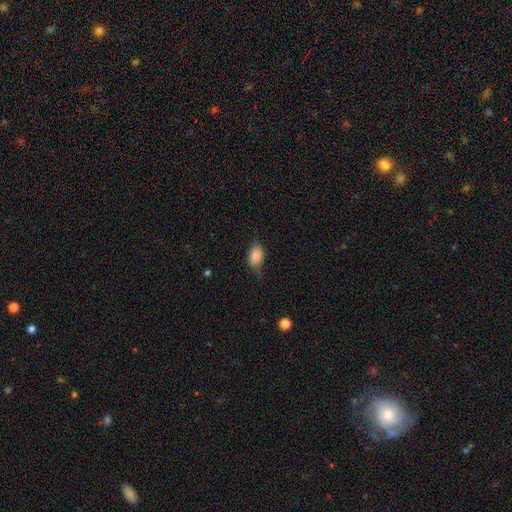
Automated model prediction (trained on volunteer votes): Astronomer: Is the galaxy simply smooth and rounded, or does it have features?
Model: smooth — 85%.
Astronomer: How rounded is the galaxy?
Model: in between — 86%.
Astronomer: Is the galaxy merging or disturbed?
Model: none — 61%.